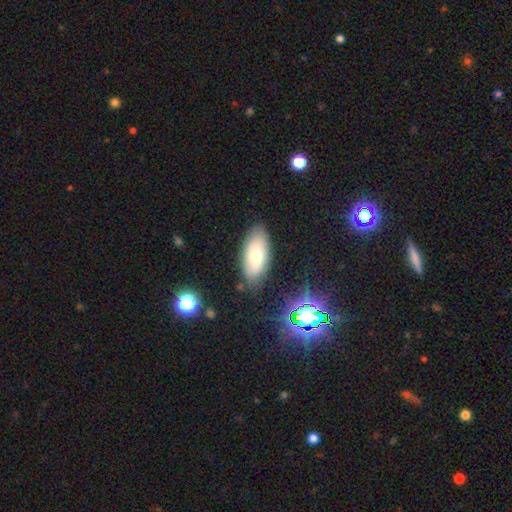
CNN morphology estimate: type=smooth (70%); roundness=in between (91%); merging=none (81%).